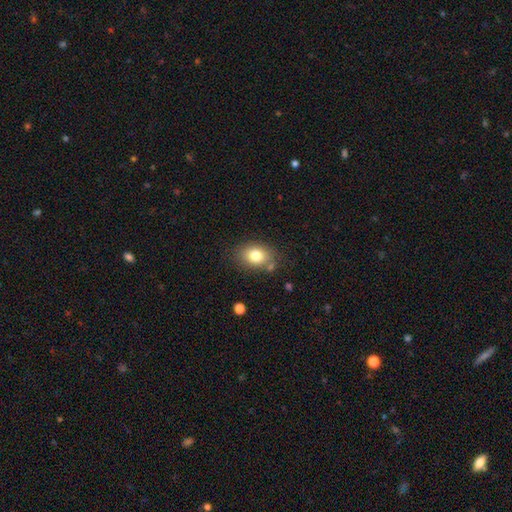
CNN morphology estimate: This appears to be a smooth galaxy with no disk features (79%) that is in between round and cigar-shaped (65%). Merging: none (76%).